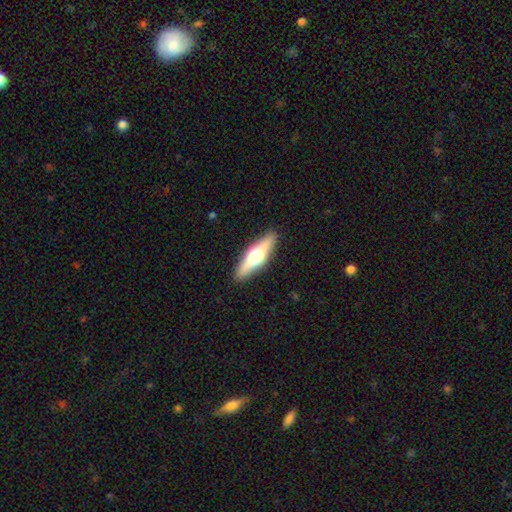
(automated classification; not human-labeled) A featured or disk galaxy (54%) viewed edge-on (93%). Merging: none (90%).